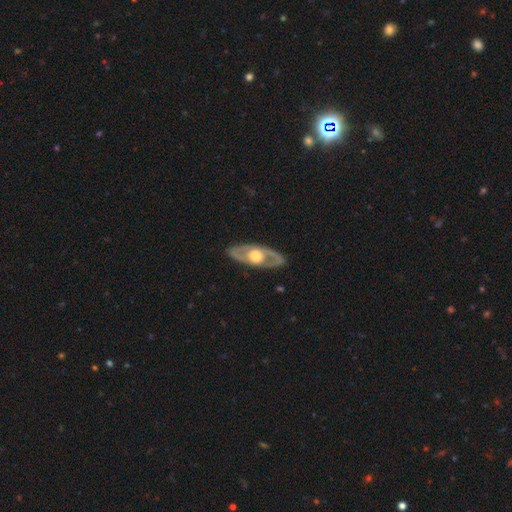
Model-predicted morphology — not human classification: This is likely a featured or disk galaxy (73%). It is likely not viewed edge-on (69%). Bar: clearly no (82%). Spiral arm pattern: likely no (60%). Central bulge: possibly large (56%). Merging: clearly none (86%).